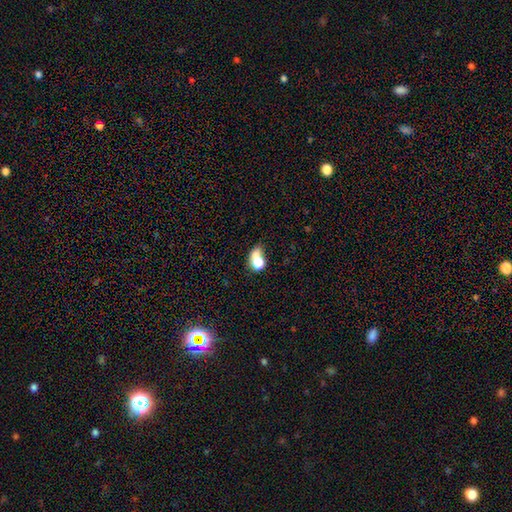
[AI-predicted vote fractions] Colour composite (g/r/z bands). It shows a smooth galaxy with no disk features (69%) that is in between round and cigar-shaped (50%). Merging: merger (49%).